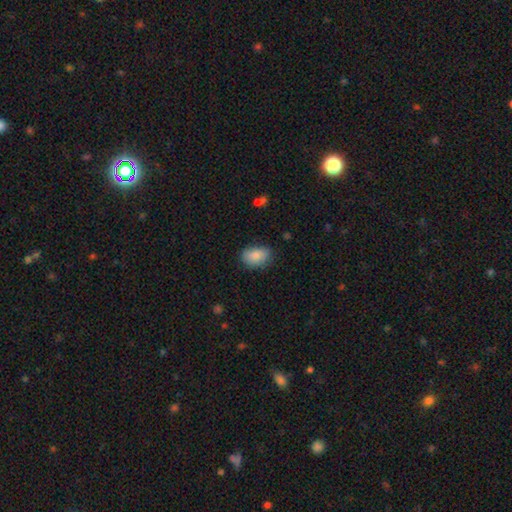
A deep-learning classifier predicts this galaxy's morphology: smooth-or-featured: smooth: 86% | star or artifact: 7% | featured or disk: 7%
  how-rounded: in between: 85% | round: 14% | cigar-shaped: 1%
  merging: none: 74% | minor disturbance: 20% | major disturbance: 4% | merger: 1%